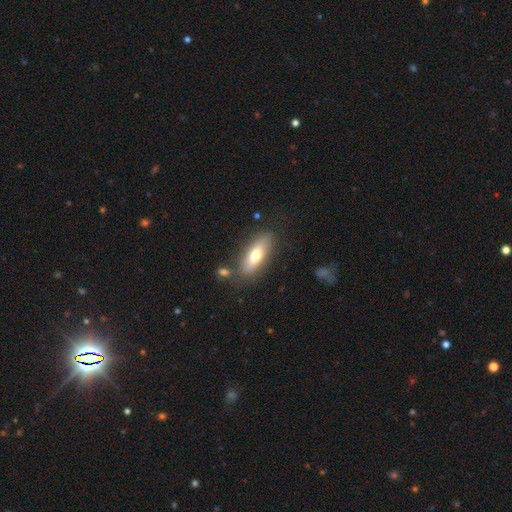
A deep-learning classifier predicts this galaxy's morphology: A smooth galaxy with no disk features (65%) that is in between round and cigar-shaped (64%).

Vote fractions:
- Smooth or featured? smooth: 65% / featured or disk: 29% / star or artifact: 7%
- How rounded? in between: 64% / cigar-shaped: 33% / round: 3%
- Merging? none: 78% / minor disturbance: 13% / merger: 5% / major disturbance: 4%